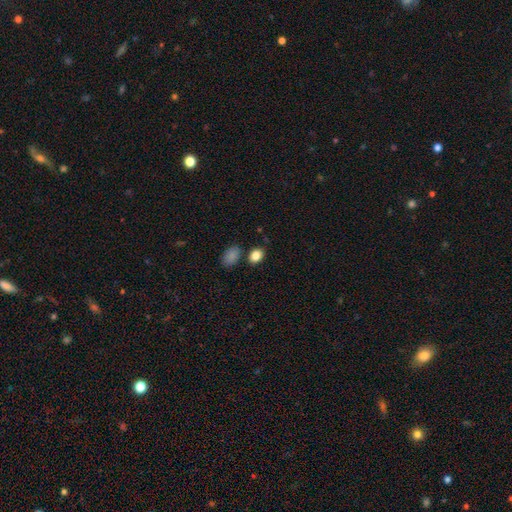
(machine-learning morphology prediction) smooth_or_featured: smooth (p=0.86) [alt: star or artifact p=0.09]
how_rounded: in between (p=0.70) [alt: round p=0.29]
merging: none (p=0.78) [alt: minor disturbance p=0.11]